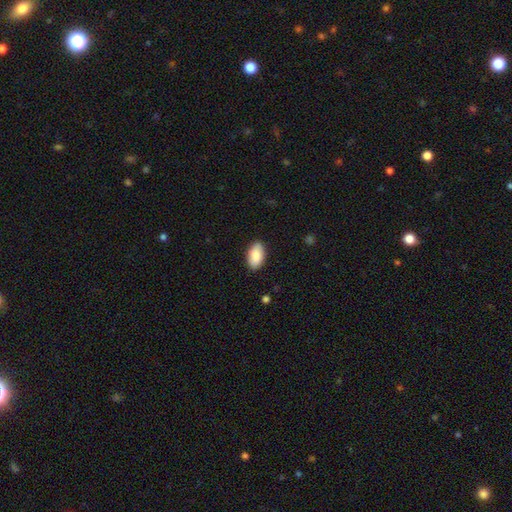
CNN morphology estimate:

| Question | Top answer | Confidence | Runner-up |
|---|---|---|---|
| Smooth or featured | smooth | 86% | featured or disk (8%) |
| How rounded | in between | 94% | round (3%) |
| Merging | none | 87% | minor disturbance (10%) |